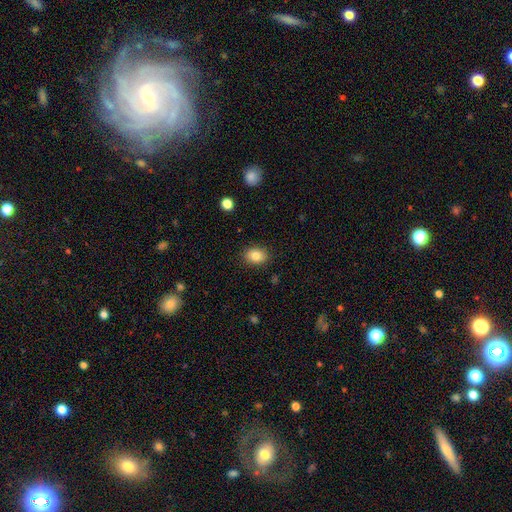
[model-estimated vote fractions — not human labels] smooth 82%, star or artifact 9%, featured or disk 9%. Down the decision tree: how rounded — in between (61%); merging — none (88%).